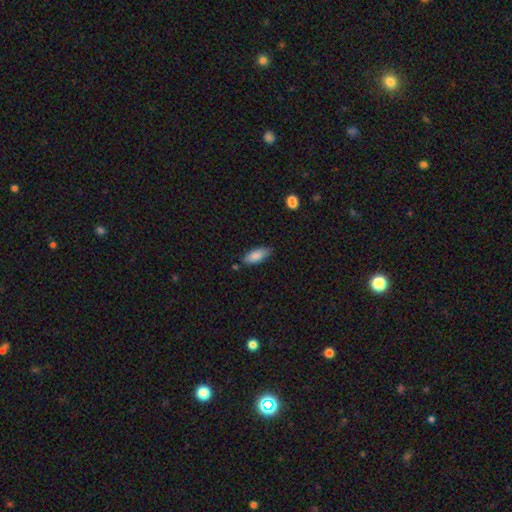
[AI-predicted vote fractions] A smooth galaxy with no disk features (85%) that is in between round and cigar-shaped (75%). Merging: none (77%).